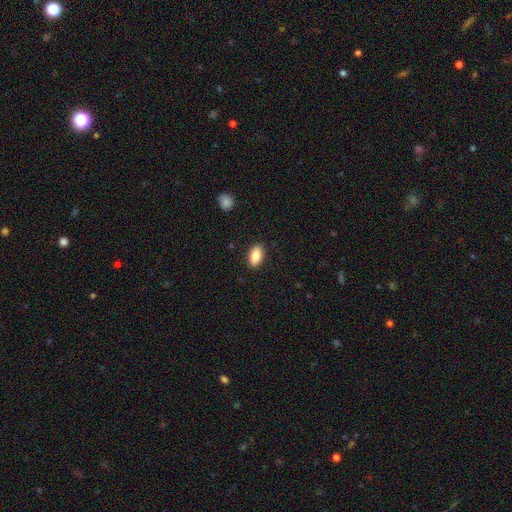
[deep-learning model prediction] This is clearly a smooth galaxy (84%). How rounded: clearly in between (91%). Merging: clearly none (88%).